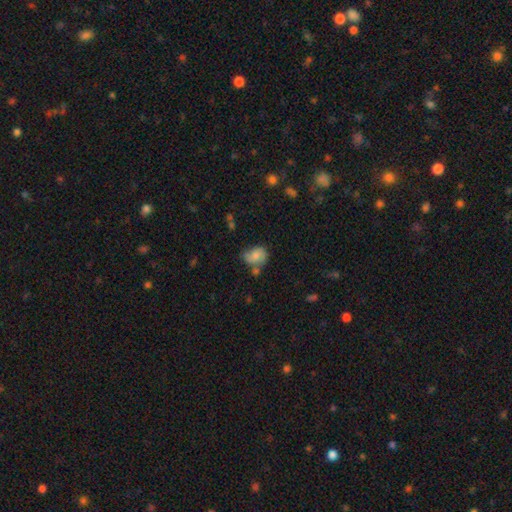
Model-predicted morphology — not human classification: type=smooth (69%); roundness=in between (57%); merging=none (47%).